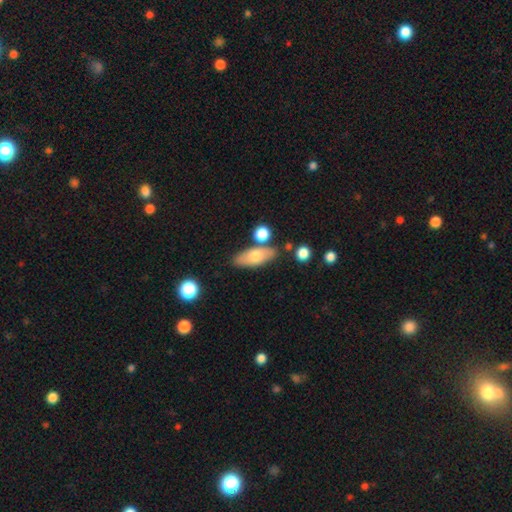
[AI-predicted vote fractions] A smooth galaxy with no disk features (66%) that is in between round and cigar-shaped (75%).

Vote fractions:
- Smooth or featured? smooth: 66% / featured or disk: 27% / star or artifact: 7%
- How rounded? in between: 75% / cigar-shaped: 21% / round: 4%
- Merging? none: 76% / minor disturbance: 12% / merger: 8% / major disturbance: 3%